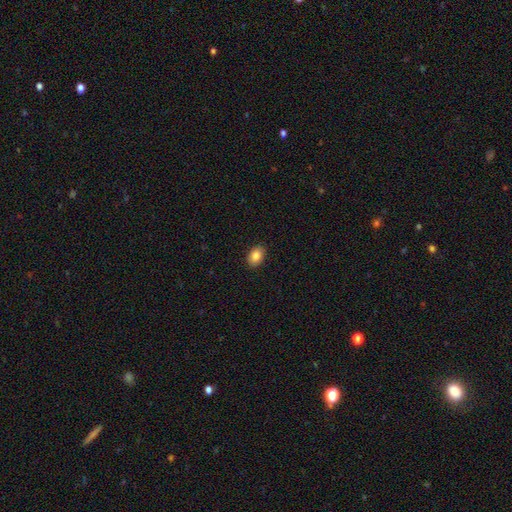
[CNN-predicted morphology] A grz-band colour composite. It shows a smooth galaxy with no disk features (86%) that is in between round and cigar-shaped (81%). Merging: none (90%).